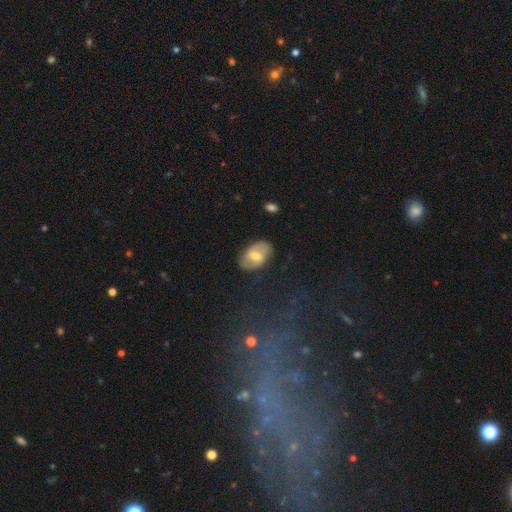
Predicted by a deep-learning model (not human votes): Overall: featured or disk (49%; smooth 43%). Merging: none (80%).